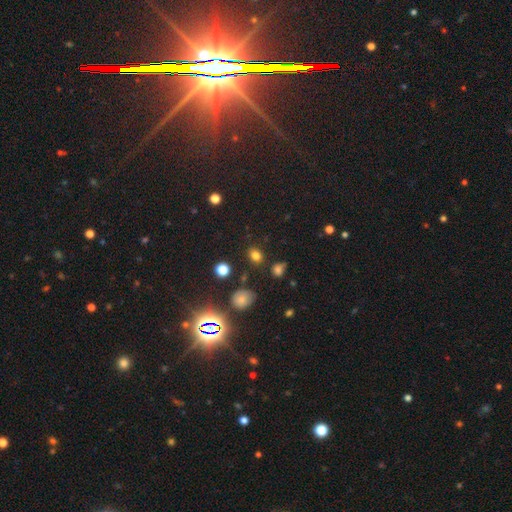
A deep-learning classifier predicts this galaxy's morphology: This appears to be a smooth galaxy with no disk features (77%) that is in between round and cigar-shaped (57%). Merging: none (82%).